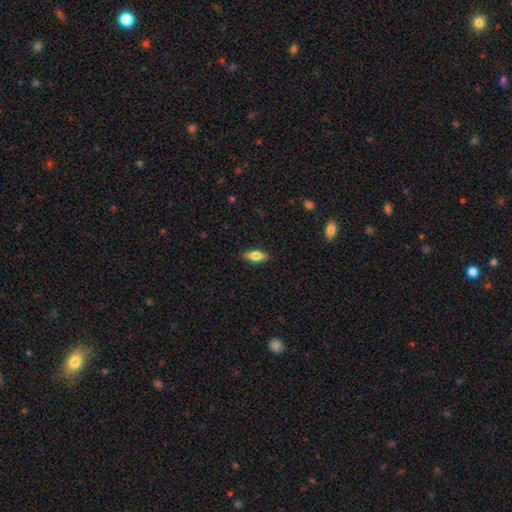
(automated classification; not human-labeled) A smooth galaxy with no disk features (74%) that is in between round and cigar-shaped (76%). Merging: none (86%).